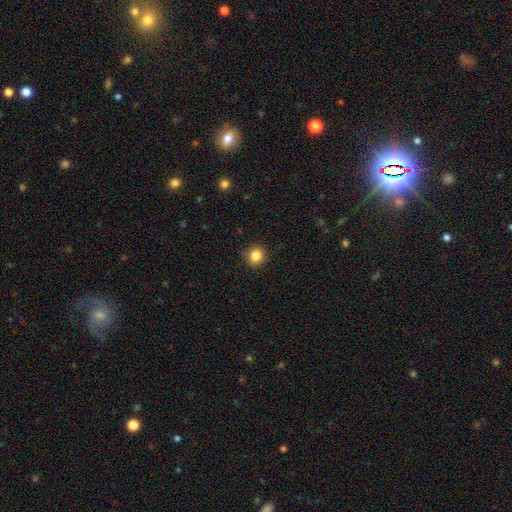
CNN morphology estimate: Smooth or featured?
  - smooth: 84% *
  - star or artifact: 10%
  - featured or disk: 5%
How rounded?
  - round: 87% *
  - in between: 12%
  - cigar-shaped: 1%
Merging?
  - none: 87% *
  - minor disturbance: 10%
  - major disturbance: 2%
  - merger: 1%